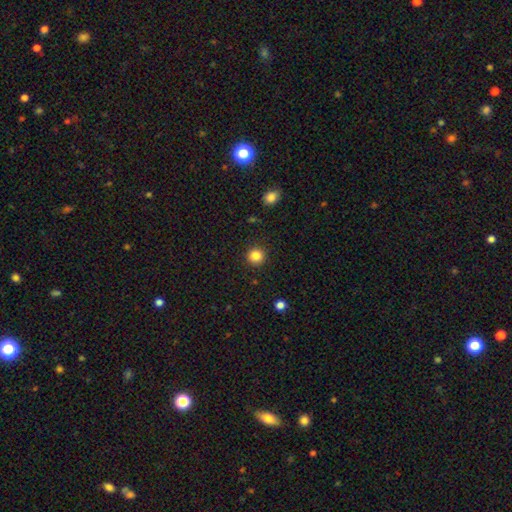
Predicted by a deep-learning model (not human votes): Smooth or featured?
  - smooth: 85% *
  - star or artifact: 11%
  - featured or disk: 4%
How rounded?
  - round: 92% *
  - in between: 7%
  - cigar-shaped: 1%
Merging?
  - none: 91% *
  - minor disturbance: 5%
  - major disturbance: 2%
  - merger: 1%